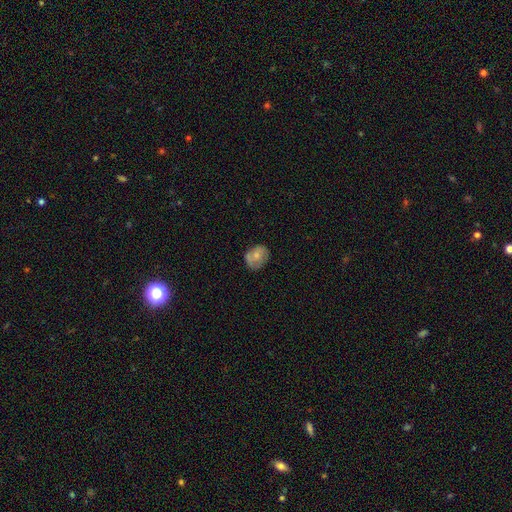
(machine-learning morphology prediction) smooth_or_featured: smooth (p=0.62) [alt: featured or disk p=0.30]
how_rounded: in between (p=0.52) [alt: round p=0.47]
merging: none (p=0.57) [alt: minor disturbance p=0.28]